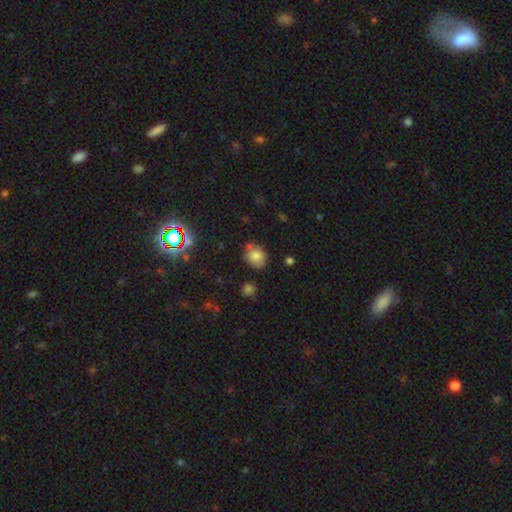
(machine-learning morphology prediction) This is likely a smooth galaxy (78%). How rounded: possibly round (57%). Merging: likely none (72%).